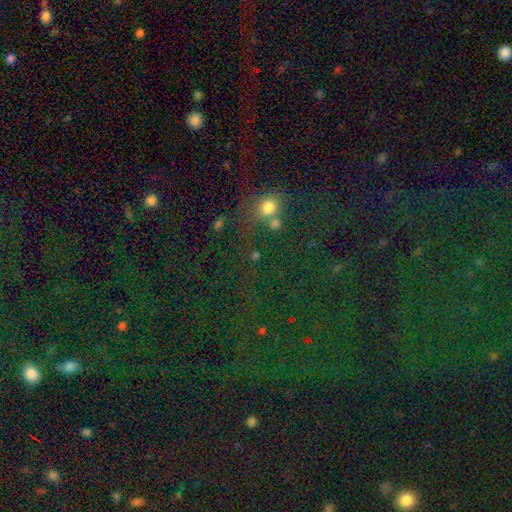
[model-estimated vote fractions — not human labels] A smooth galaxy with no disk features (55%) that is round (82%).

Vote fractions:
- Smooth or featured? smooth: 55% / star or artifact: 35% / featured or disk: 10%
- How rounded? round: 82% / in between: 16% / cigar-shaped: 2%
- Merging? none: 57% / merger: 24% / minor disturbance: 11% / major disturbance: 8%